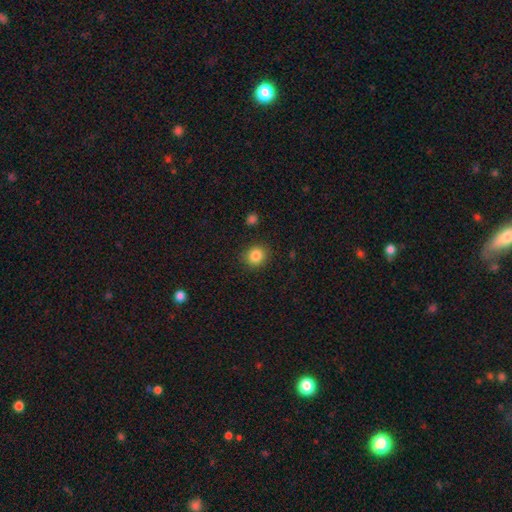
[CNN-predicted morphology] This is clearly a smooth galaxy (84%). How rounded: clearly round (80%). Merging: clearly none (88%).